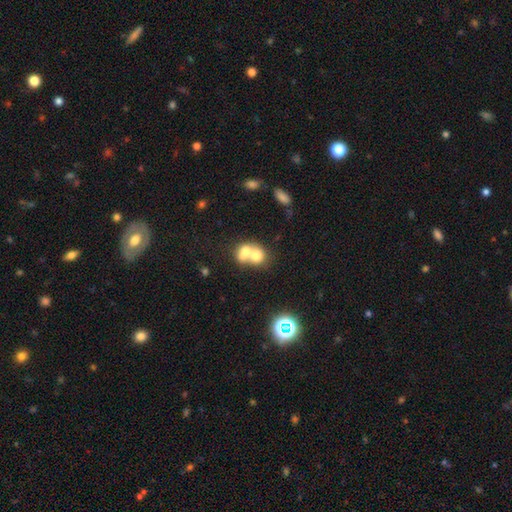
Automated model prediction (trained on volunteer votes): Q: Smooth or featured?
A: smooth (67%); runner-up: featured or disk (22%)
Q: How rounded?
A: round (51%); runner-up: in between (48%)
Q: Merging?
A: merger (76%); runner-up: none (16%)